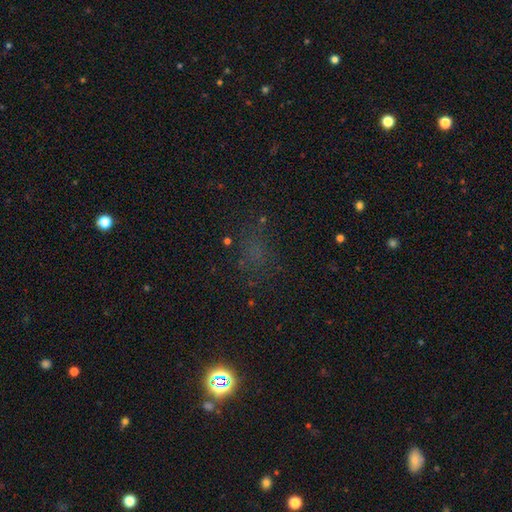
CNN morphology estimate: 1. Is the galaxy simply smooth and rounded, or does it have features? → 46% star or artifact, 41% smooth, 14% featured or disk.